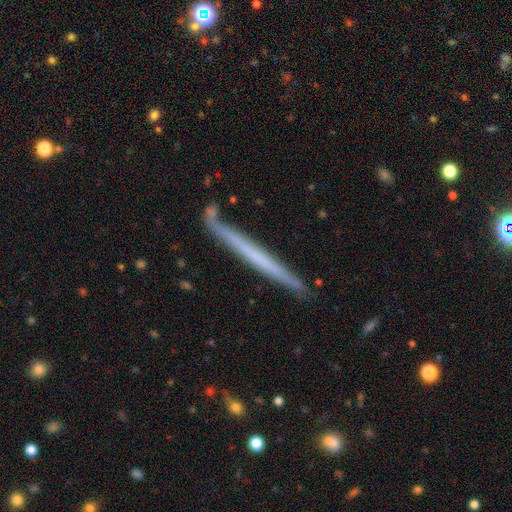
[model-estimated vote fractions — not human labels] smooth_or_featured: featured or disk (p=0.51) [alt: smooth p=0.44]
disk_edge_on: yes (p=0.96) [alt: no p=0.04]
merging: none (p=0.86) [alt: minor disturbance p=0.10]